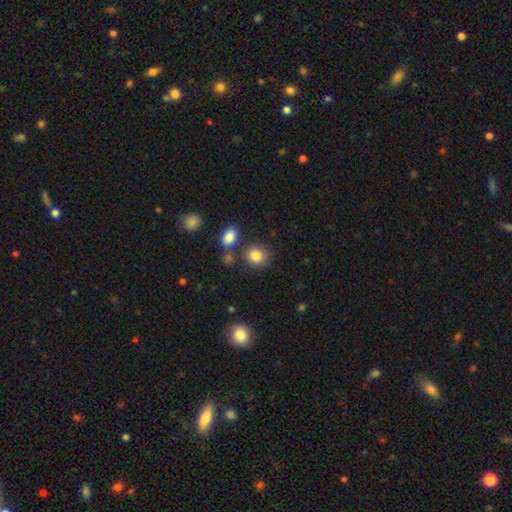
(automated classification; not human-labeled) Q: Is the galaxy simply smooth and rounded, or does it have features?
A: smooth — 85%.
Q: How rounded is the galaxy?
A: round — 78%.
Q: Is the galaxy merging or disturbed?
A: none — 77%.